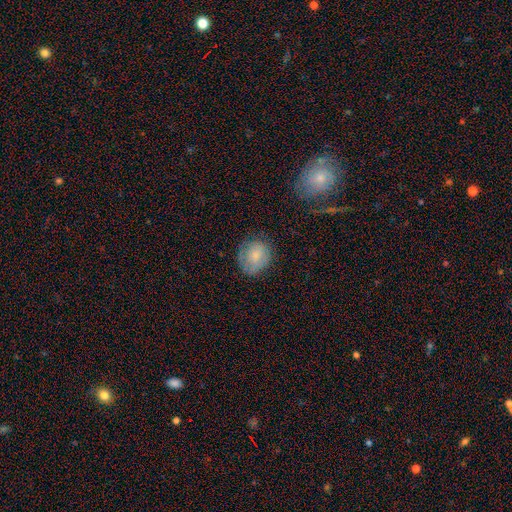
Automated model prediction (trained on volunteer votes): Overall: smooth (75%). How rounded: round (71%). Merging: none (72%).